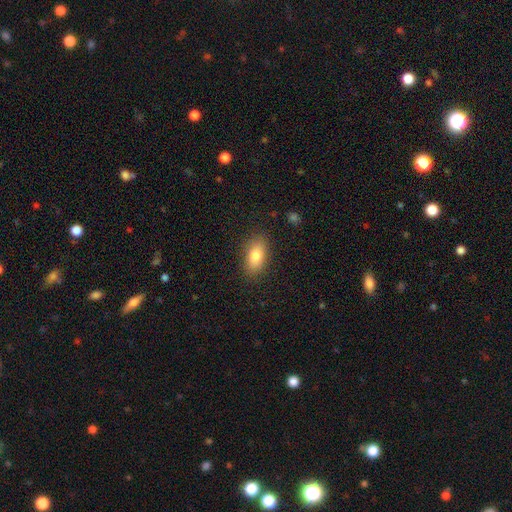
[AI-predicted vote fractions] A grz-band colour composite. It shows a smooth galaxy with no disk features (81%) that is in between round and cigar-shaped (88%). Merging: none (86%).